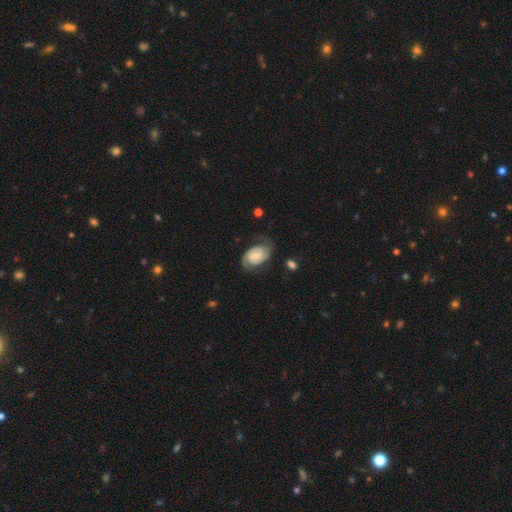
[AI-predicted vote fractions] Smooth or featured?
  - featured or disk: 72% *
  - smooth: 21%
  - star or artifact: 7%
Edge-on disk?
  - no: 97% *
  - yes: 3%
Bar?
  - no: 60% *
  - weak: 33%
  - strong: 8%
Spiral arms?
  - yes: 94% *
  - no: 6%
Spiral winding?
  - medium: 42% *
  - tight: 38%
  - loose: 20%
Spiral arm count?
  - 2: 86% *
  - can't tell: 8%
  - 1: 3%
  - 3: 2%
  - 4: 1%
  - more than 4: 1%
Bulge size?
  - small: 52% *
  - moderate: 24%
  - none: 16%
  - large: 6%
  - dominant: 2%
Merging?
  - none: 63% *
  - minor disturbance: 22%
  - major disturbance: 13%
  - merger: 2%